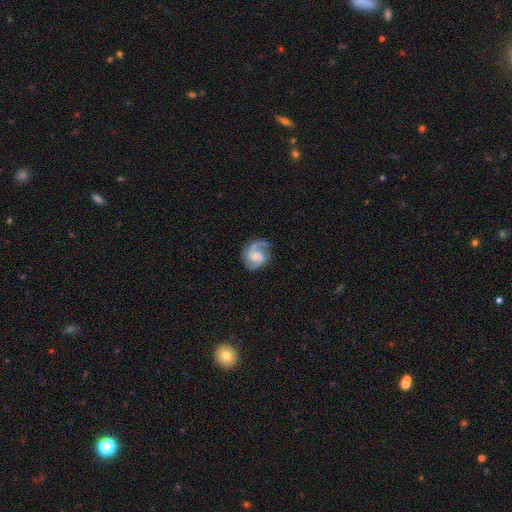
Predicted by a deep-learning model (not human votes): Smooth or featured: featured or disk — 75% (smooth — 19%)
Edge-on disk: no — 98% (yes — 2%)
Bar: no — 50% (weak — 41%)
Spiral arms: yes — 94% (no — 6%)
Spiral winding: medium — 48% (loose — 28%)
Spiral arm count: 2 — 65% (1 — 24%)
Bulge size: none — 31% (moderate — 28%)
Merging: none — 62% (minor disturbance — 21%)